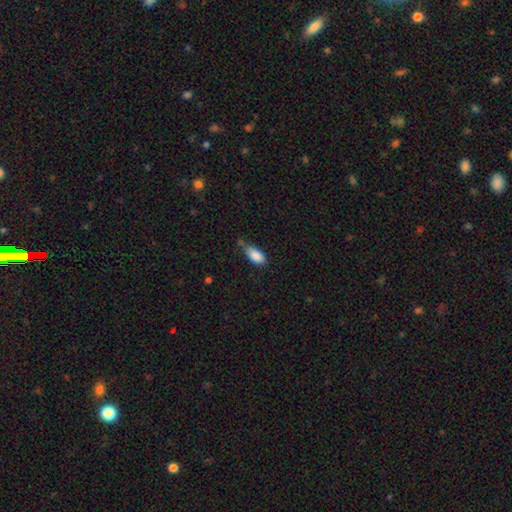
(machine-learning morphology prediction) smooth-or-featured: smooth: 87% | star or artifact: 8% | featured or disk: 6%
  how-rounded: in between: 89% | cigar-shaped: 9% | round: 2%
  merging: none: 49% | minor disturbance: 35% | major disturbance: 8% | merger: 8%